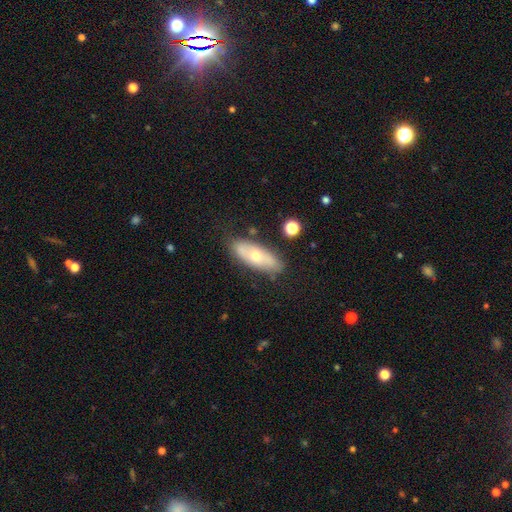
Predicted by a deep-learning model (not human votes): Smooth or featured: smooth — 51% (featured or disk — 42%)
How rounded: in between — 71% (cigar-shaped — 25%)
Merging: none — 78% (minor disturbance — 15%)